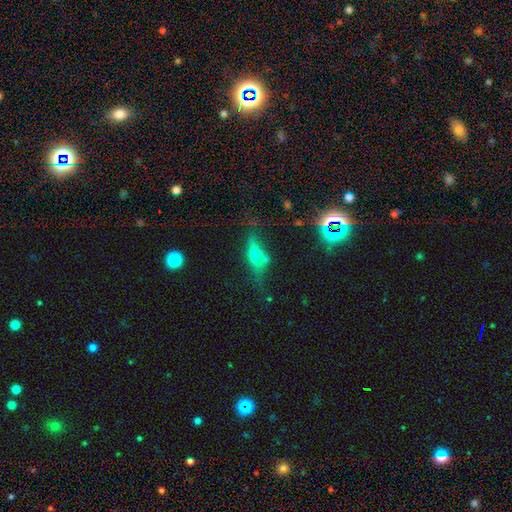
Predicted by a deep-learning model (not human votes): Smooth or featured: smooth — 46% (featured or disk — 37%)
Merging: none — 48% (minor disturbance — 25%)